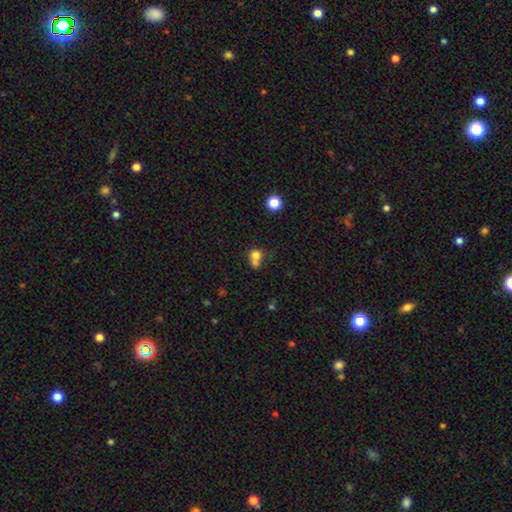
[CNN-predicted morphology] Q: Smooth or featured?
A: smooth (74%); runner-up: featured or disk (14%)
Q: How rounded?
A: round (76%); runner-up: in between (23%)
Q: Merging?
A: merger (55%); runner-up: none (32%)